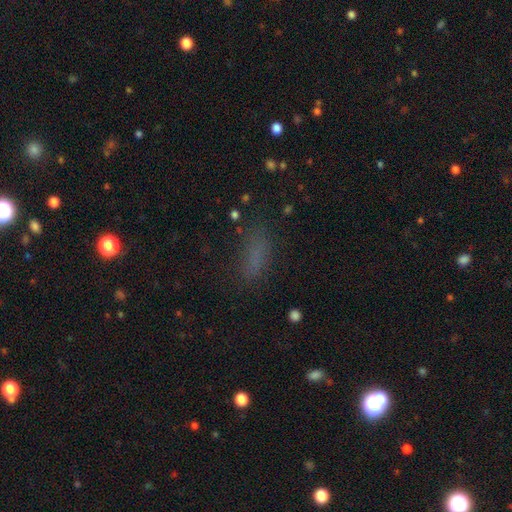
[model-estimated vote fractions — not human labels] A smooth galaxy with no disk features (69%) that is in between round and cigar-shaped (63%). Merging: none (70%).